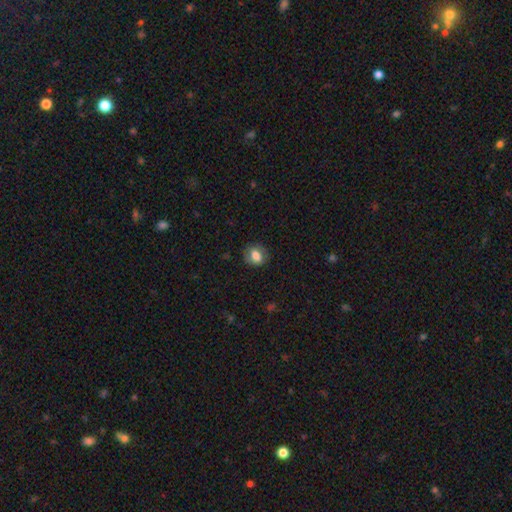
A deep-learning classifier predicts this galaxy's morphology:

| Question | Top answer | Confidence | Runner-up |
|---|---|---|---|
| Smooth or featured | smooth | 76% | featured or disk (16%) |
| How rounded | round | 52% | in between (47%) |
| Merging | none | 80% | minor disturbance (14%) |